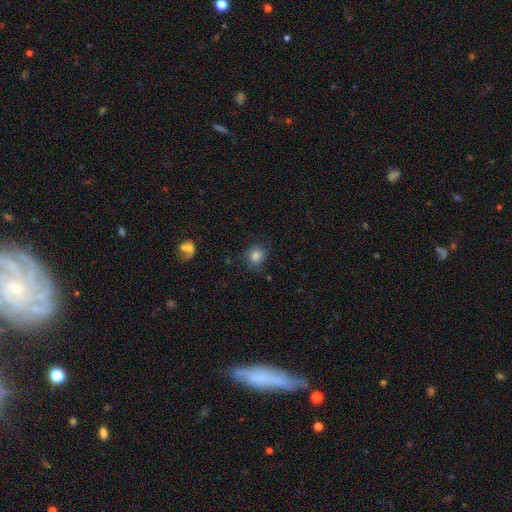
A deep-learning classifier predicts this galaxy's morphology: smooth 83%, star or artifact 10%, featured or disk 7%. Down the decision tree: how rounded — round (80%); merging — none (78%).